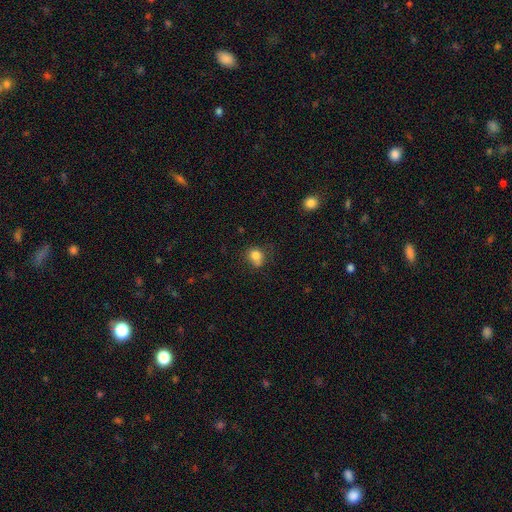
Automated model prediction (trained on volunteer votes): Smooth or featured? smooth (81%)
How rounded? round (71%)
Merging? none (58%)